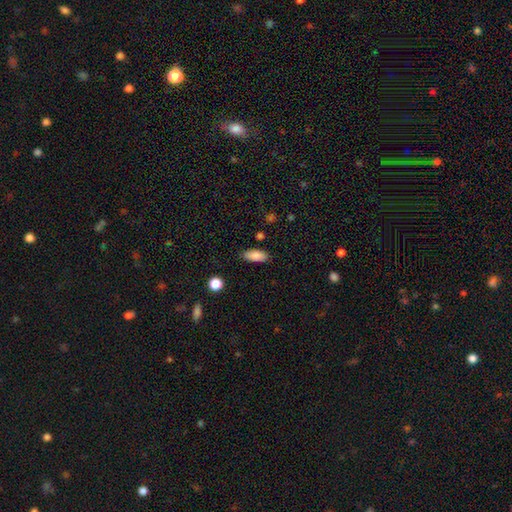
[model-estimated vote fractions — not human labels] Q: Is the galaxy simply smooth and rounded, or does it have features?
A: smooth — 85%.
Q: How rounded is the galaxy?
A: in between — 84%.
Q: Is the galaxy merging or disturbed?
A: none — 84%.